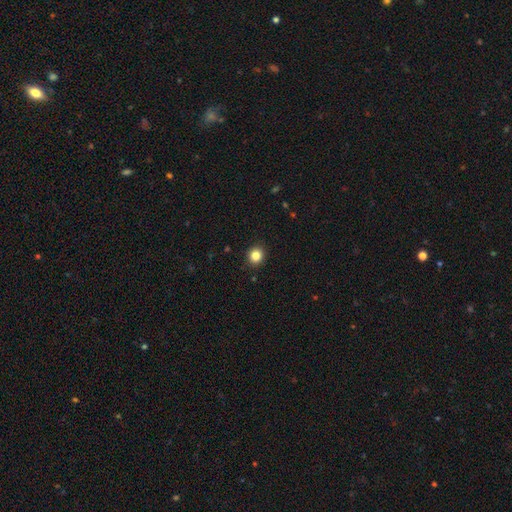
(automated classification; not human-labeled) Smooth or featured? smooth (84%)
How rounded? round (84%)
Merging? none (92%)